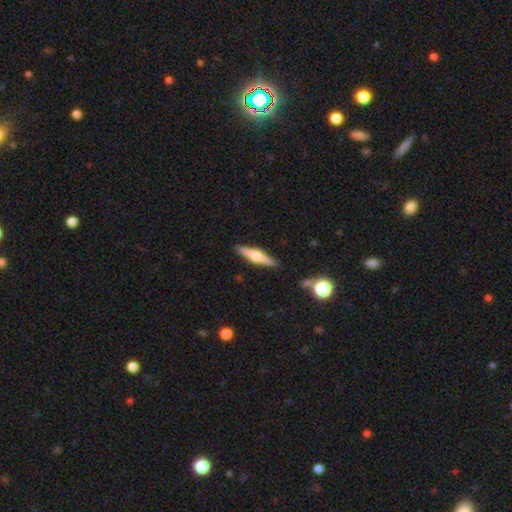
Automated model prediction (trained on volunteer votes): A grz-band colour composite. It shows a featured or disk galaxy (64%) viewed edge-on (97%) with a rounded central bulge (87%). Merging: none (89%).